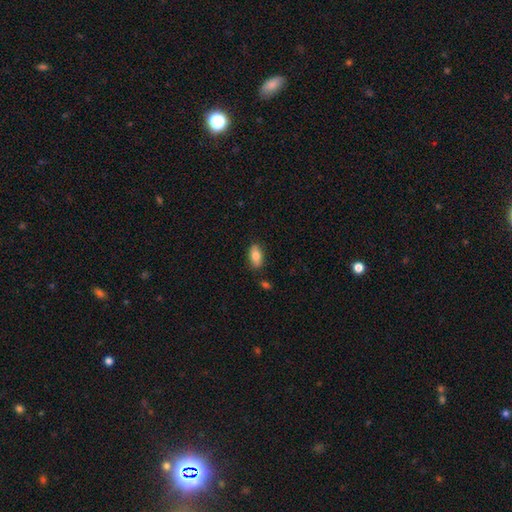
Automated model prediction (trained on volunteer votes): Morphology: type=smooth (81%); roundness=in between (89%); merging=none (84%).